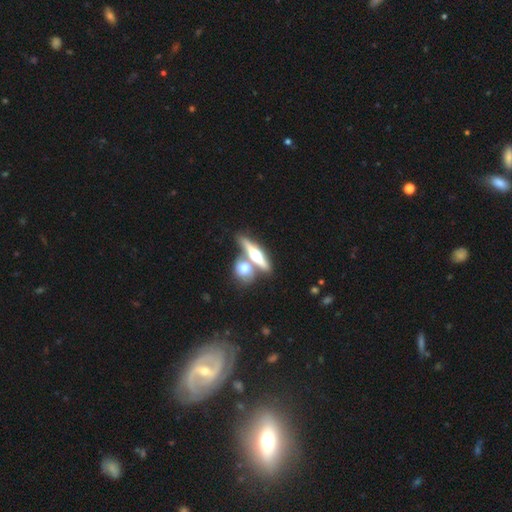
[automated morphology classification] Q: Smooth or featured?
A: featured or disk (61%); runner-up: smooth (33%)
Q: Edge-on disk?
A: yes (90%); runner-up: no (10%)
Q: Edge-on bulge?
A: rounded (94%); runner-up: boxy (4%)
Q: Merging?
A: none (47%); runner-up: merger (41%)